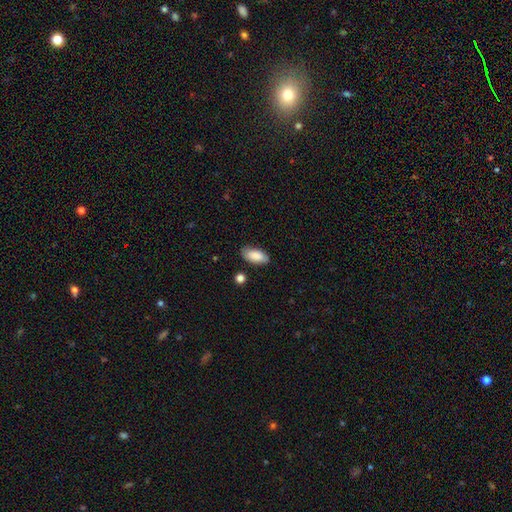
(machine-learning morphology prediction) This is clearly a smooth galaxy (85%). How rounded: clearly in between (92%). Merging: clearly none (80%).